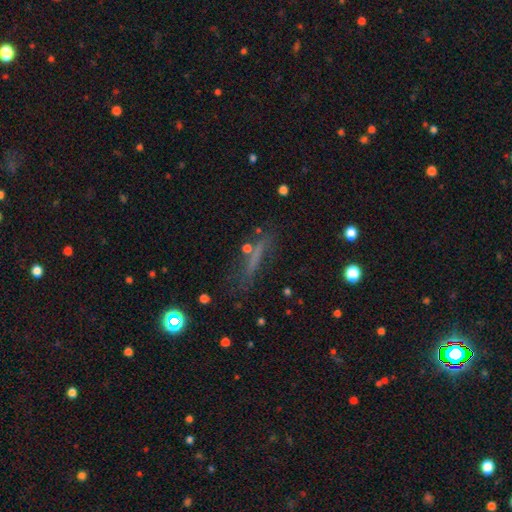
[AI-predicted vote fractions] A smooth galaxy with no disk features (48%).

Vote fractions:
- Smooth or featured? smooth: 48% / featured or disk: 34% / star or artifact: 18%
- Merging? none: 64% / minor disturbance: 19% / major disturbance: 11% / merger: 5%